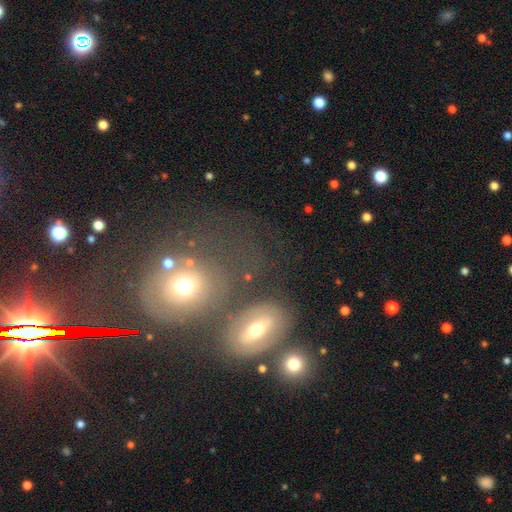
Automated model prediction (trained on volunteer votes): Morphology: type=smooth (47%); merging=none (42%).